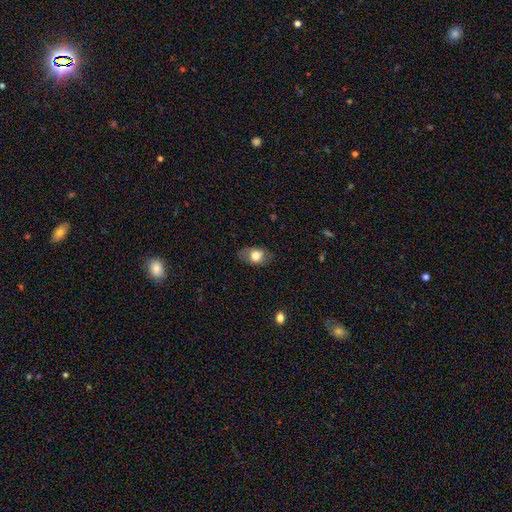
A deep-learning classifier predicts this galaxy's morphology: smooth_or_featured: smooth (p=0.74) [alt: featured or disk p=0.18]
how_rounded: in between (p=0.81) [alt: round p=0.17]
merging: none (p=0.76) [alt: minor disturbance p=0.18]